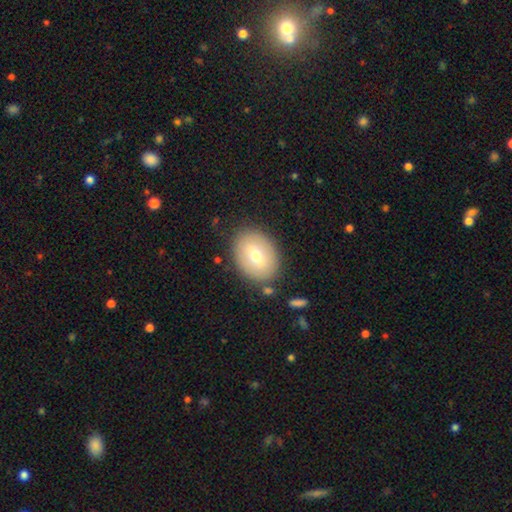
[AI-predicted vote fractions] A smooth galaxy with no disk features (60%) that is in between round and cigar-shaped (73%).

Vote fractions:
- Smooth or featured? smooth: 60% / featured or disk: 32% / star or artifact: 8%
- How rounded? in between: 73% / round: 25% / cigar-shaped: 1%
- Merging? none: 83% / minor disturbance: 11% / major disturbance: 4% / merger: 3%